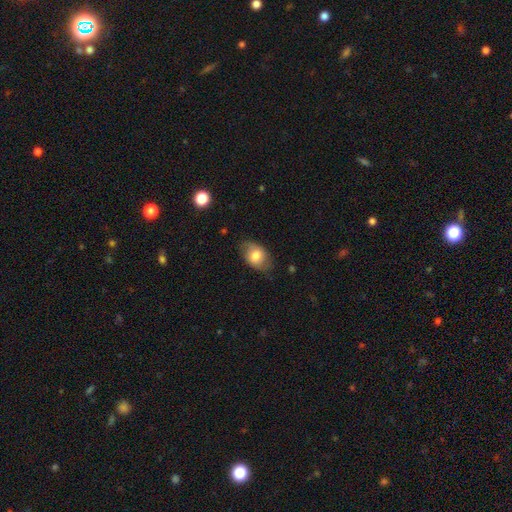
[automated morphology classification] smooth-or-featured: smooth: 75% | featured or disk: 18% | star or artifact: 7%
  how-rounded: in between: 80% | round: 19% | cigar-shaped: 1%
  merging: none: 72% | minor disturbance: 22% | major disturbance: 5% | merger: 1%